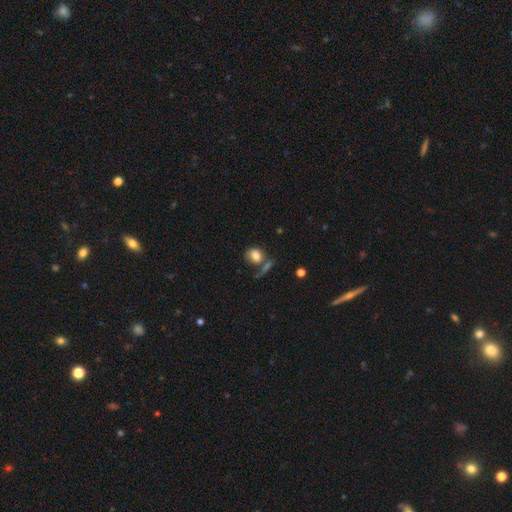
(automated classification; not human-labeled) Smooth or featured? Predicted: smooth (p=0.78). How rounded? Predicted: in between (p=0.50). Merging? Predicted: none (p=0.48).